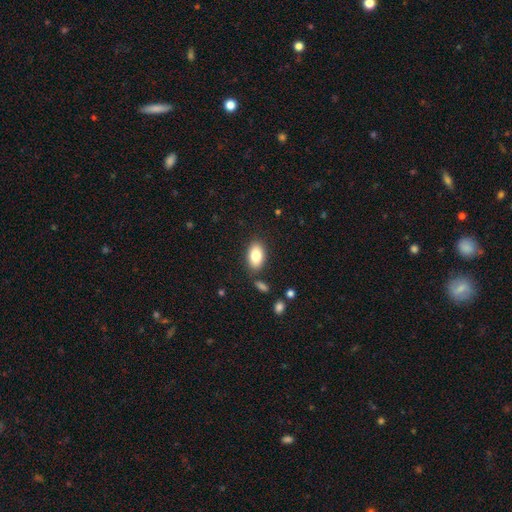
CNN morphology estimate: A smooth galaxy with no disk features (82%) that is in between round and cigar-shaped (92%).

Vote fractions:
- Smooth or featured? smooth: 82% / featured or disk: 11% / star or artifact: 7%
- How rounded? in between: 92% / round: 6% / cigar-shaped: 2%
- Merging? none: 82% / minor disturbance: 11% / merger: 4% / major disturbance: 3%